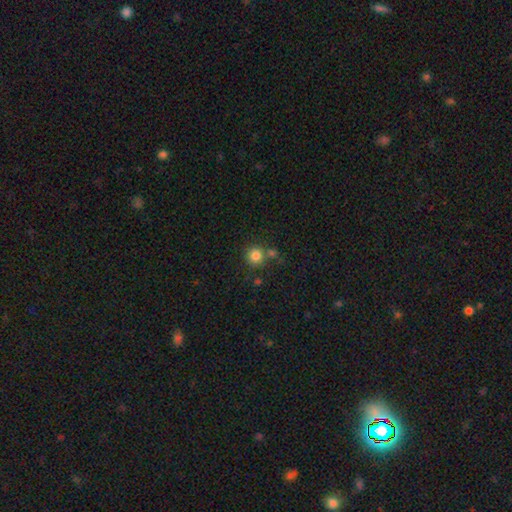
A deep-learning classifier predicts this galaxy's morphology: Smooth or featured? smooth (82%)
How rounded? round (93%)
Merging? none (71%)